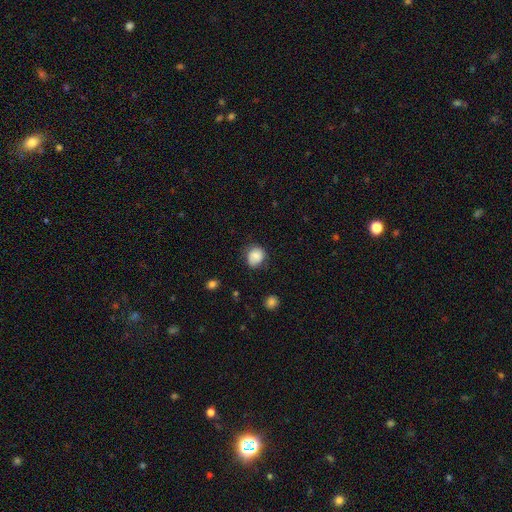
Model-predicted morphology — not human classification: Smooth or featured?
  - smooth: 80% *
  - featured or disk: 11%
  - star or artifact: 9%
How rounded?
  - round: 74% *
  - in between: 26%
  - cigar-shaped: 1%
Merging?
  - none: 67% *
  - minor disturbance: 25%
  - major disturbance: 6%
  - merger: 2%